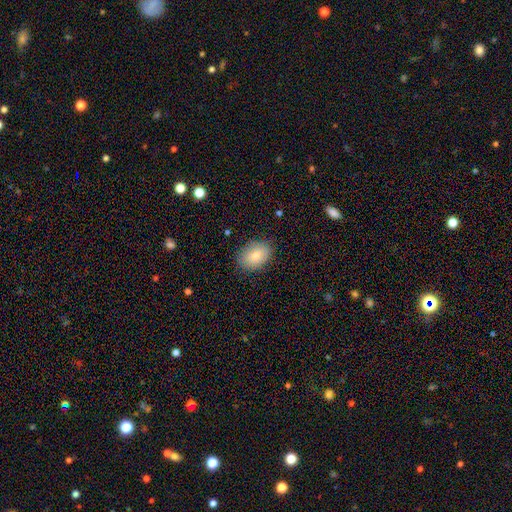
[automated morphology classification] The model was most divided on "how rounded": in between: 80%, round: 19%, cigar-shaped: 1%. More confident: merging — none (84%); smooth or featured — smooth (82%).